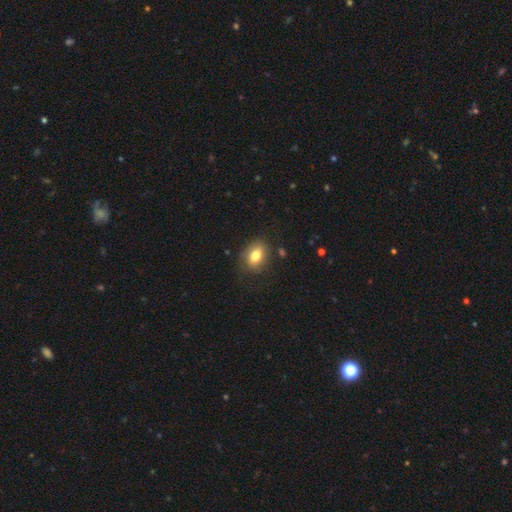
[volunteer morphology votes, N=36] Overall: smooth (83%). How rounded: in between (63%; round 33%). Merging: none (61%; minor disturbance 21%).